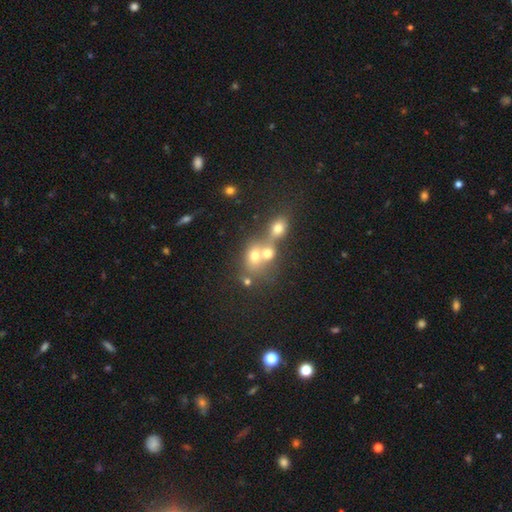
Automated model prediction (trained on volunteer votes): Morphology: type=smooth (60%); roundness=round (61%); merging=merger (56%).